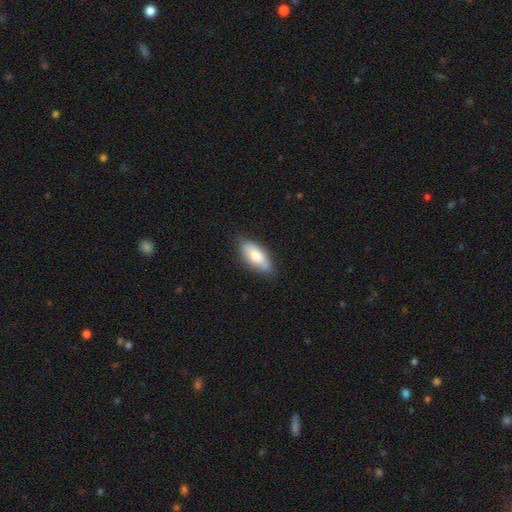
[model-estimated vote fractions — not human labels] Smooth or featured? Predicted: smooth (p=0.74). How rounded? Predicted: in between (p=0.88). Merging? Predicted: none (p=0.77).